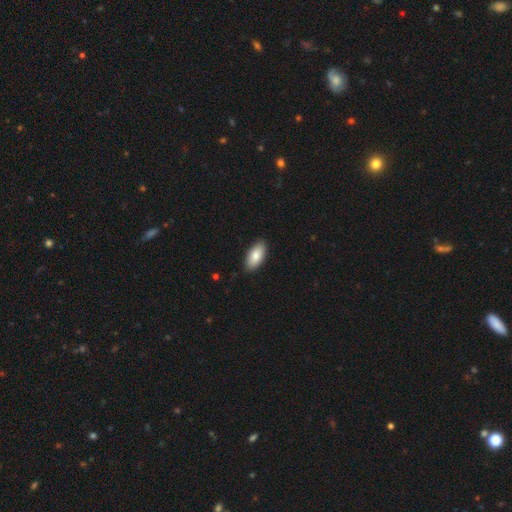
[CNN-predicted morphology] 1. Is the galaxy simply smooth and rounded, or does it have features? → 84% smooth, 10% featured or disk, 6% star or artifact.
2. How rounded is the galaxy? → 91% in between, 7% cigar-shaped, 2% round.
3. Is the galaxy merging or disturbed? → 89% none, 9% minor disturbance, 2% major disturbance, 1% merger.